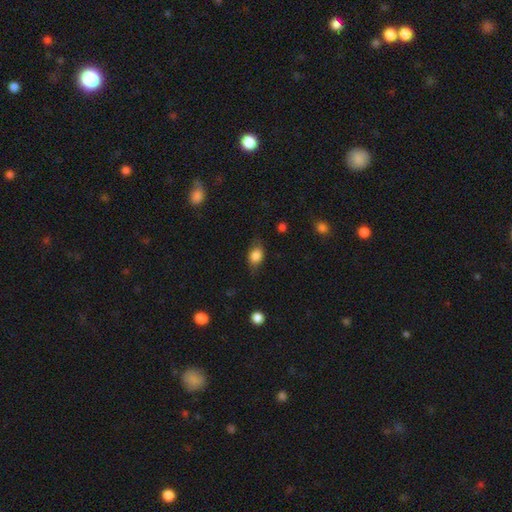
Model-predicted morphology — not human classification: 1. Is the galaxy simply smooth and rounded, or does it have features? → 81% smooth, 10% featured or disk, 8% star or artifact.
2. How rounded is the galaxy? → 73% in between, 25% round, 2% cigar-shaped.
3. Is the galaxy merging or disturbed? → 70% none, 22% minor disturbance, 7% major disturbance, 1% merger.